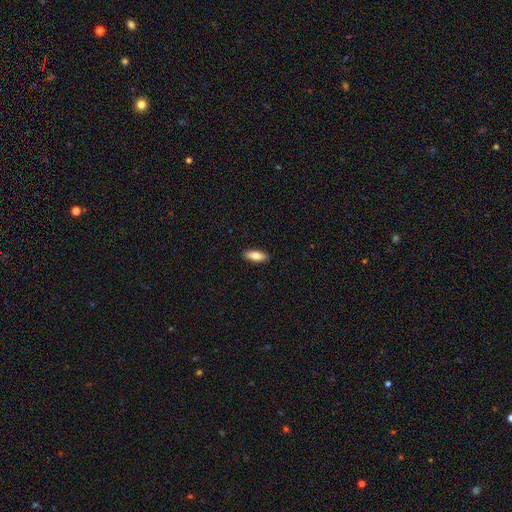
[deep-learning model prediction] Morphology: type=smooth (82%); roundness=in between (73%); merging=none (90%).